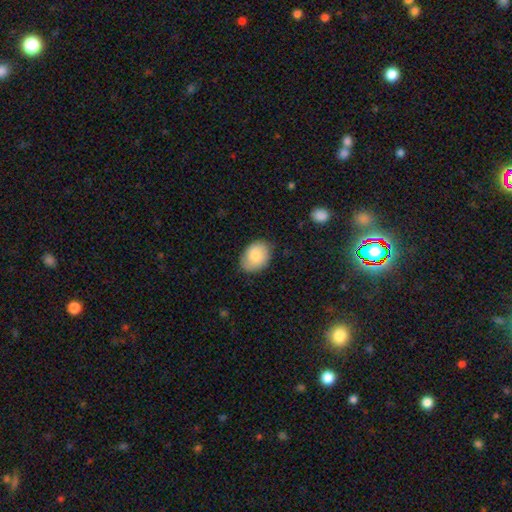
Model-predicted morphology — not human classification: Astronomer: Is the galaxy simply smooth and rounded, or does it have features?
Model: smooth — 80%.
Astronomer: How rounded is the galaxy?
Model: in between — 72%.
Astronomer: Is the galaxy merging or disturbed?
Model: none — 78%.